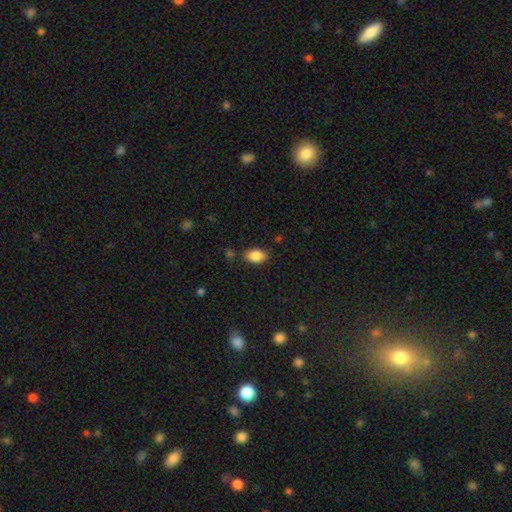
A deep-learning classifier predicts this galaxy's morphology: type=smooth (86%); roundness=in between (88%); merging=none (82%).